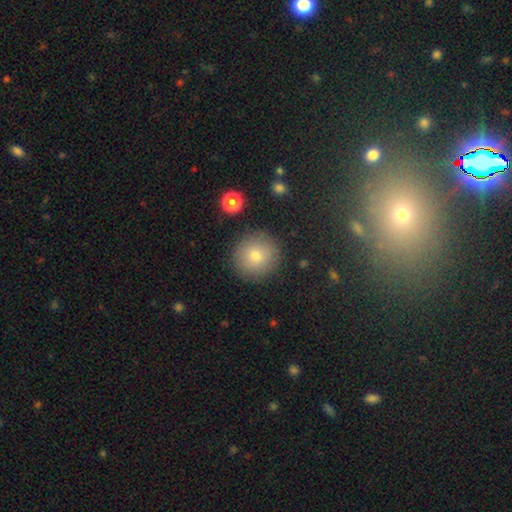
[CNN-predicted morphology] This is likely a smooth galaxy (78%). How rounded: clearly round (94%). Merging: clearly none (90%).